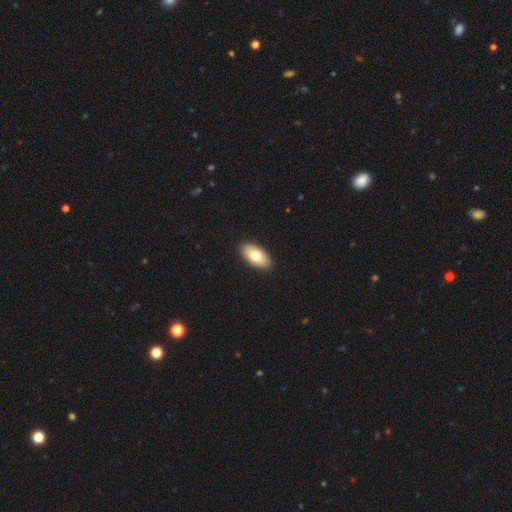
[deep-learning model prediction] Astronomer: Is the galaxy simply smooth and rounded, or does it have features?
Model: smooth — 76%.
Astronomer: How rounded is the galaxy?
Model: in between — 93%.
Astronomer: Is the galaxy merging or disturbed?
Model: none — 91%.